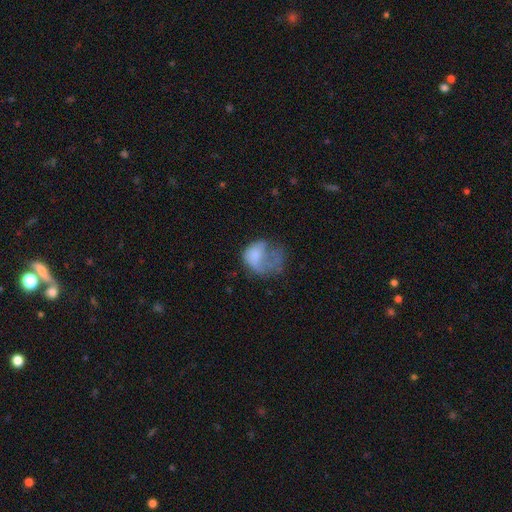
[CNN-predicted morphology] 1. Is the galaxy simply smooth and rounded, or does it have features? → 57% smooth, 33% featured or disk, 9% star or artifact.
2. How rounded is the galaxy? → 56% in between, 43% round, 1% cigar-shaped.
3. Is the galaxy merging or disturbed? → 59% major disturbance, 18% minor disturbance, 17% none, 7% merger.